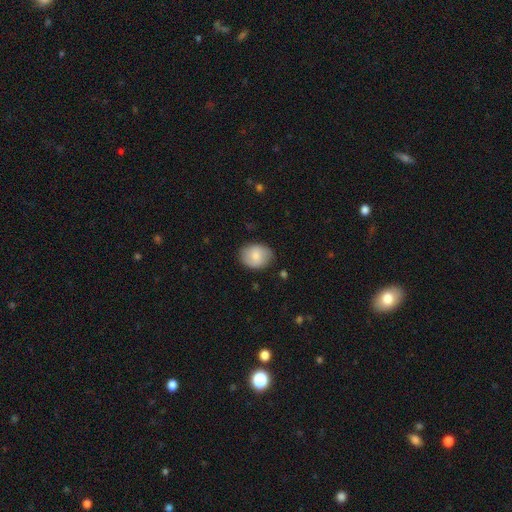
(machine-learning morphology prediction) The model was most divided on "how rounded": in between: 55%, round: 44%, cigar-shaped: 1%. More confident: merging — none (80%); smooth or featured — smooth (77%).